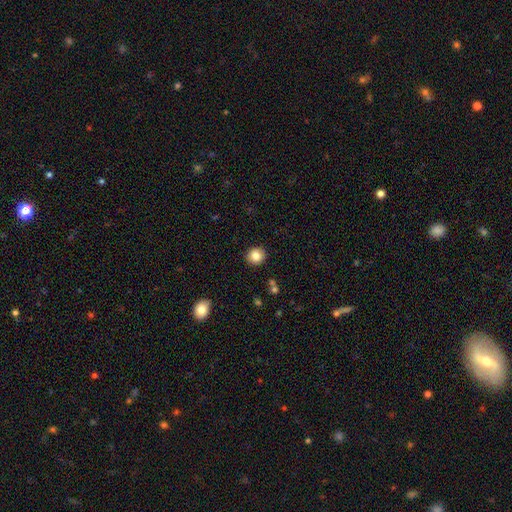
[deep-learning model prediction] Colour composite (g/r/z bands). It shows a smooth galaxy with no disk features (84%) that is round (89%). Merging: none (91%).